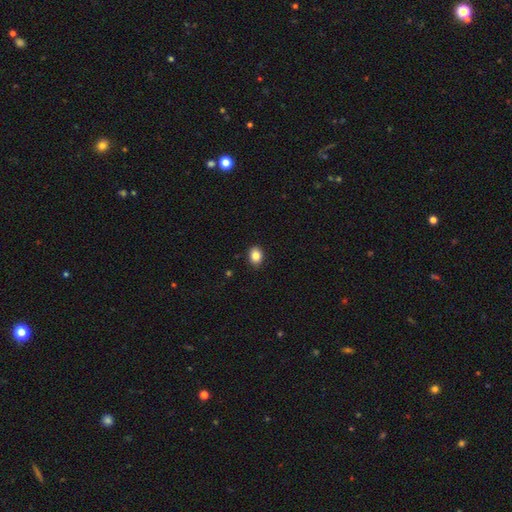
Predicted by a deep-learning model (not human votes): Q: Smooth or featured?
A: smooth (85%); runner-up: star or artifact (9%)
Q: How rounded?
A: in between (57%); runner-up: round (42%)
Q: Merging?
A: none (90%); runner-up: minor disturbance (7%)